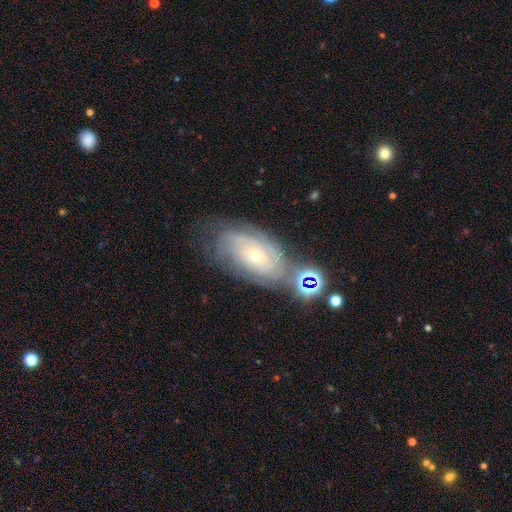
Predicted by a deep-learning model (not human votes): Smooth or featured?
  - featured or disk: 78% *
  - smooth: 12%
  - star or artifact: 10%
Edge-on disk?
  - no: 94% *
  - yes: 6%
Bar?
  - no: 76% *
  - weak: 19%
  - strong: 5%
Spiral arms?
  - yes: 92% *
  - no: 8%
Spiral winding?
  - tight: 78% *
  - medium: 18%
  - loose: 5%
Spiral arm count?
  - can't tell: 53% *
  - 3: 13%
  - 2: 13%
  - 4: 10%
  - more than 4: 6%
  - 1: 5%
Bulge size?
  - small: 60% *
  - moderate: 36%
  - large: 1%
  - none: 1%
  - dominant: 1%
Merging?
  - none: 61% *
  - minor disturbance: 21%
  - major disturbance: 10%
  - merger: 8%